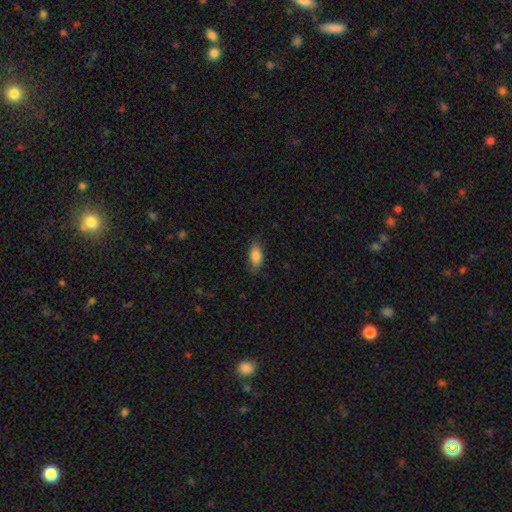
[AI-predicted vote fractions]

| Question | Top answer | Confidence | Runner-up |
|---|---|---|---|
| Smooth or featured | smooth | 82% | featured or disk (10%) |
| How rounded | in between | 87% | cigar-shaped (9%) |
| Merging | none | 80% | minor disturbance (16%) |